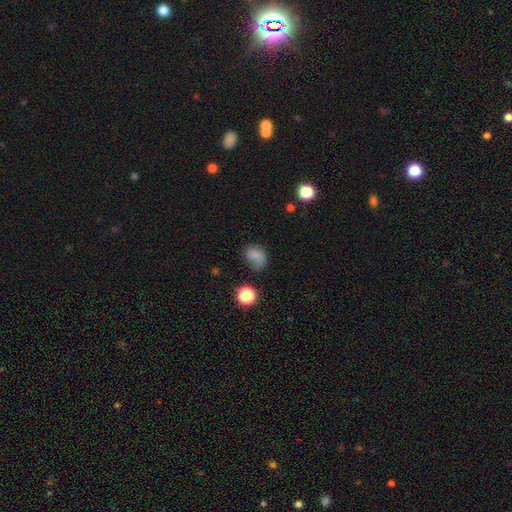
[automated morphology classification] The model was most divided on "how rounded": in between: 52%, round: 47%, cigar-shaped: 1%. More confident: smooth or featured — smooth (65%); merging — none (53%).